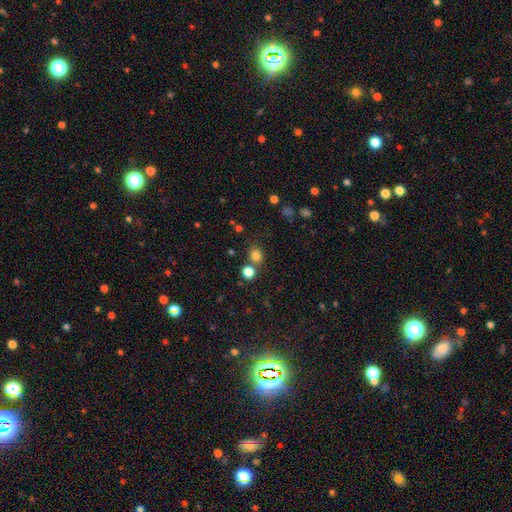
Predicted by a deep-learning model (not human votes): smooth 79%, star or artifact 15%, featured or disk 5%. Down the decision tree: how rounded — round (74%); merging — none (70%).